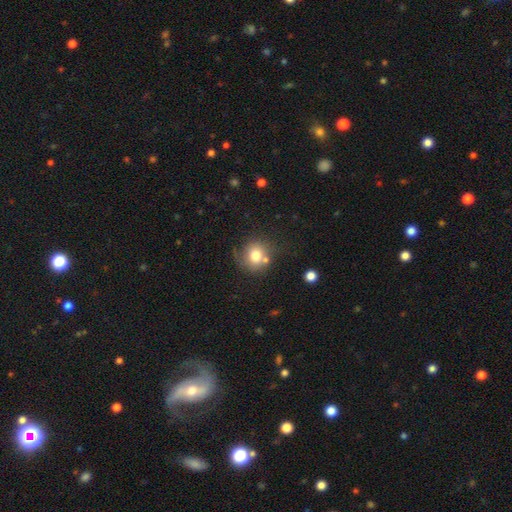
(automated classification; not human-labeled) smooth-or-featured: smooth: 74% | featured or disk: 14% | star or artifact: 11%
  how-rounded: round: 85% | in between: 14% | cigar-shaped: 1%
  merging: none: 61% | minor disturbance: 17% | merger: 15% | major disturbance: 7%